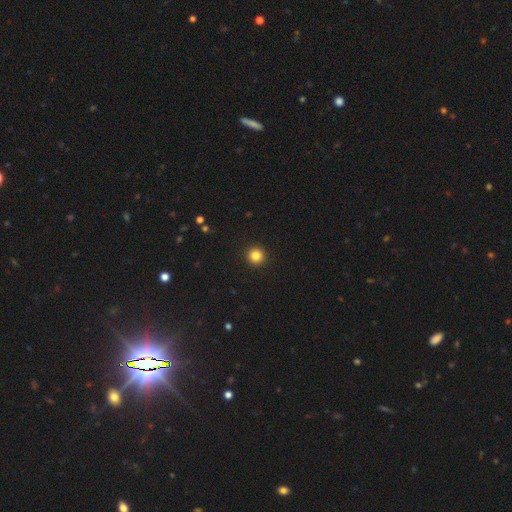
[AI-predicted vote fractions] smooth-or-featured: smooth: 83% | star or artifact: 12% | featured or disk: 5%
  how-rounded: round: 96% | in between: 4% | cigar-shaped: 1%
  merging: none: 94% | minor disturbance: 4% | major disturbance: 1% | merger: 1%